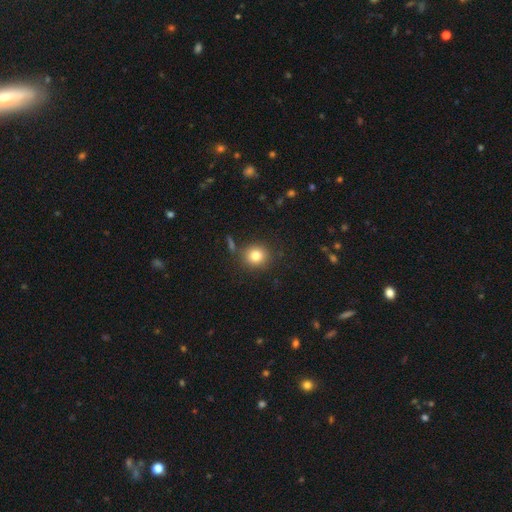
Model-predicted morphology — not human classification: Q: Smooth or featured?
A: smooth (81%); runner-up: star or artifact (11%)
Q: How rounded?
A: round (86%); runner-up: in between (13%)
Q: Merging?
A: none (84%); runner-up: minor disturbance (9%)